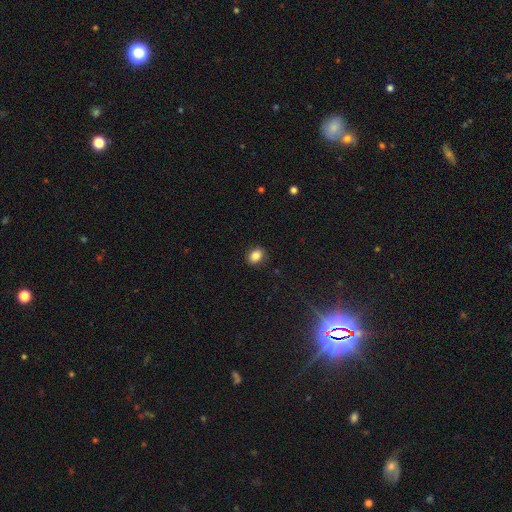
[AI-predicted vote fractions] Overall: smooth (85%). How rounded: in between (62%; round 37%). Merging: none (86%).